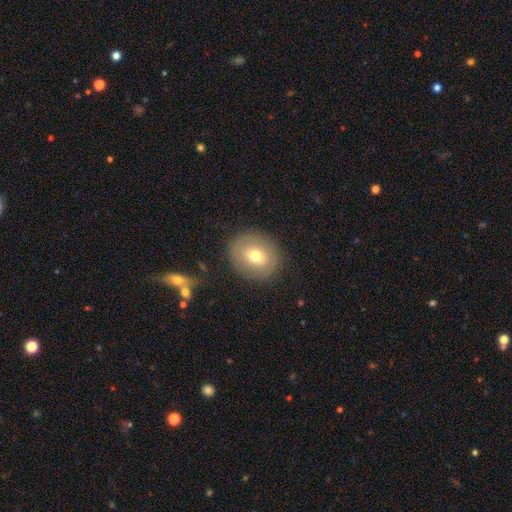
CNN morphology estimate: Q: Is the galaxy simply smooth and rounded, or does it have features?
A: smooth — 68%.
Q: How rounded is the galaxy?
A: round — 80%.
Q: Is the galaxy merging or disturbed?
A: none — 86%.